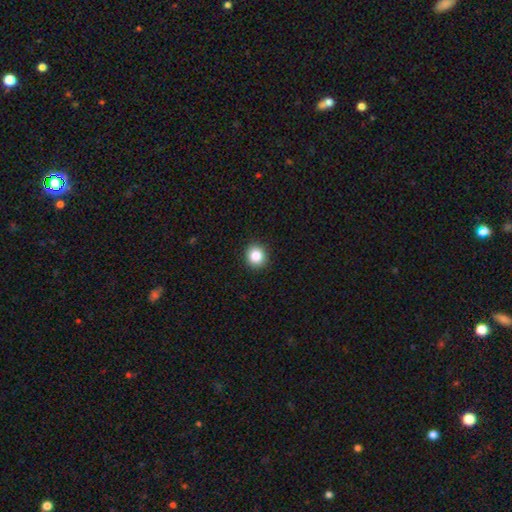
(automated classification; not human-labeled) smooth 85%, star or artifact 10%, featured or disk 5%. Down the decision tree: how rounded — round (88%); merging — none (91%).